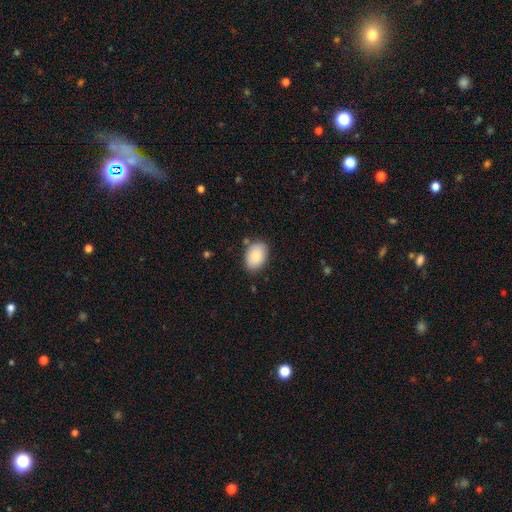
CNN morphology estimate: A smooth galaxy with no disk features (85%) that is in between round and cigar-shaped (86%). Merging: none (81%).